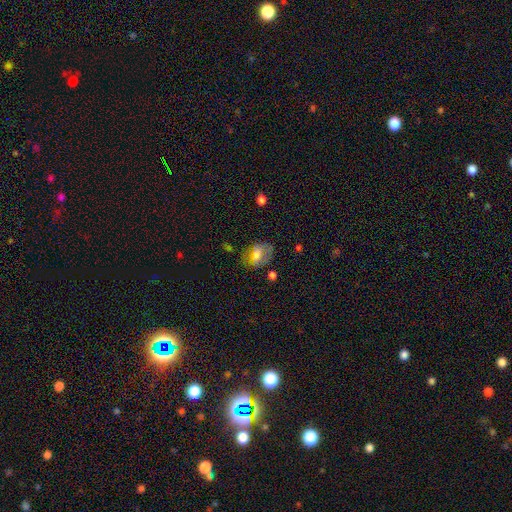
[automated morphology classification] The model was most divided on "smooth or featured": smooth: 53%, featured or disk: 37%, star or artifact: 10%. More confident: how rounded — in between (75%); merging — none (62%).